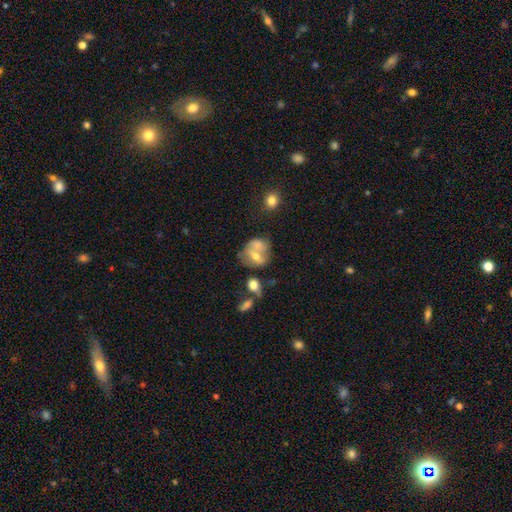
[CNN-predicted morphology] This is possibly a smooth galaxy (52%). How rounded: possibly round (53%). Merging: possibly merger (49%).